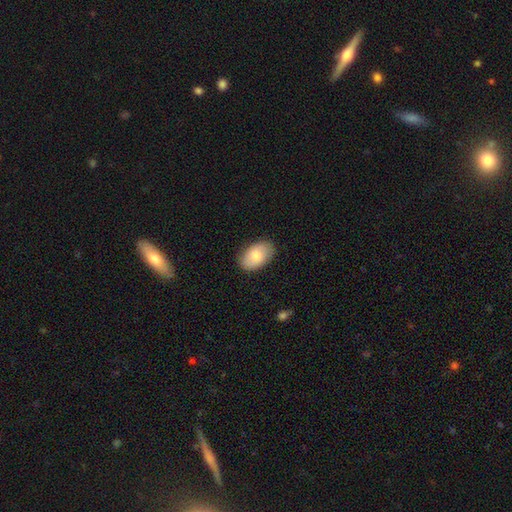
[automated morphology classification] Overall: smooth (79%). How rounded: in between (93%). Merging: none (85%).